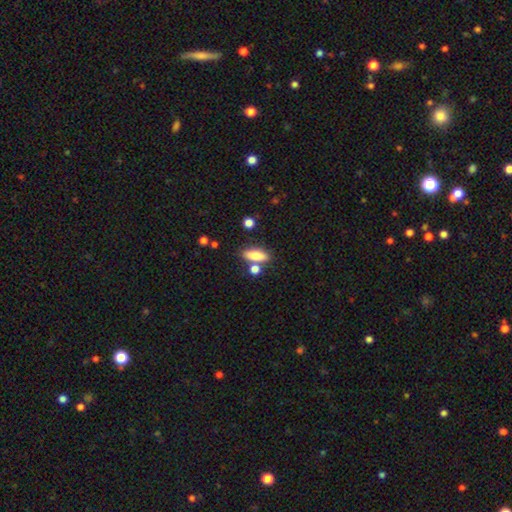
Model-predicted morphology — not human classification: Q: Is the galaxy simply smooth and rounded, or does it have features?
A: smooth — 78%.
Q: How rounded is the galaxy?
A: in between — 62%.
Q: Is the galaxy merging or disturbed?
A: none — 69%.